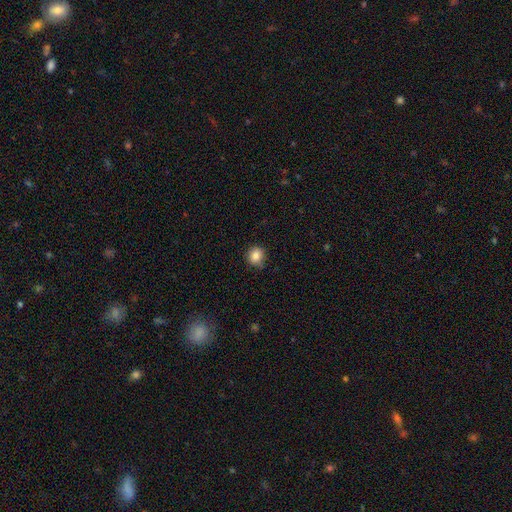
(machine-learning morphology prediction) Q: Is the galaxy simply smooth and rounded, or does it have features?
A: smooth — 85%.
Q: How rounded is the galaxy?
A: round — 87%.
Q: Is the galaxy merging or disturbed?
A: none — 84%.